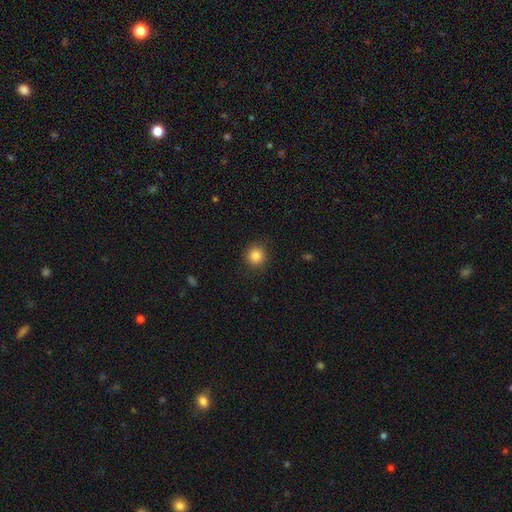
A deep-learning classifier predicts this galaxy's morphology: Smooth or featured? smooth (85%)
How rounded? round (93%)
Merging? none (89%)